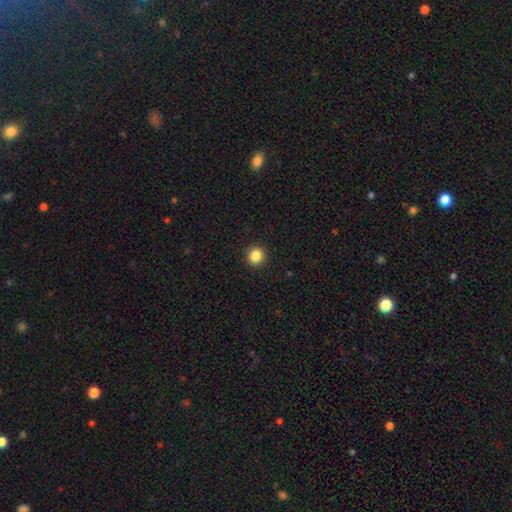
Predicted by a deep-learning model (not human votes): This is clearly a smooth galaxy (86%). How rounded: clearly round (92%). Merging: clearly none (93%).